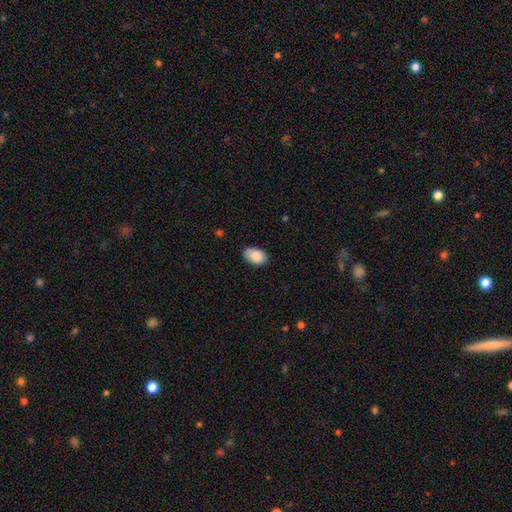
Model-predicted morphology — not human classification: Q: Smooth or featured?
A: smooth (87%); runner-up: star or artifact (7%)
Q: How rounded?
A: in between (89%); runner-up: round (10%)
Q: Merging?
A: none (77%); runner-up: minor disturbance (19%)